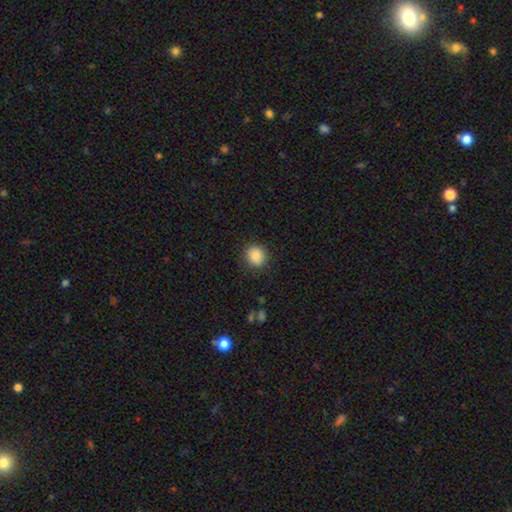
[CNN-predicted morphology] The model was most divided on "how rounded": round: 84%, in between: 15%, cigar-shaped: 1%. More confident: smooth or featured — smooth (87%); merging — none (87%).